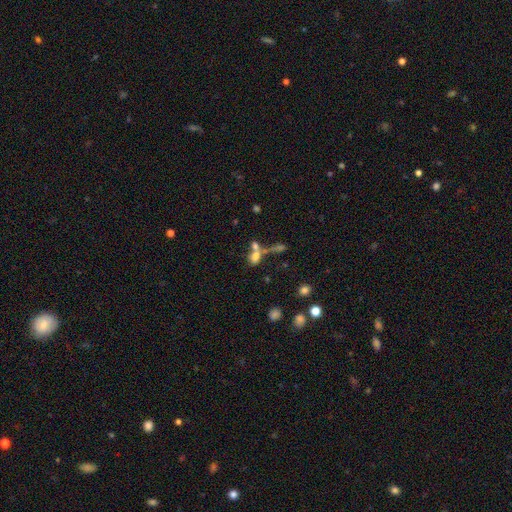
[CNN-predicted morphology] Smooth or featured? Predicted: smooth (p=0.70). How rounded? Predicted: in between (p=0.61). Merging? Predicted: merger (p=0.53).